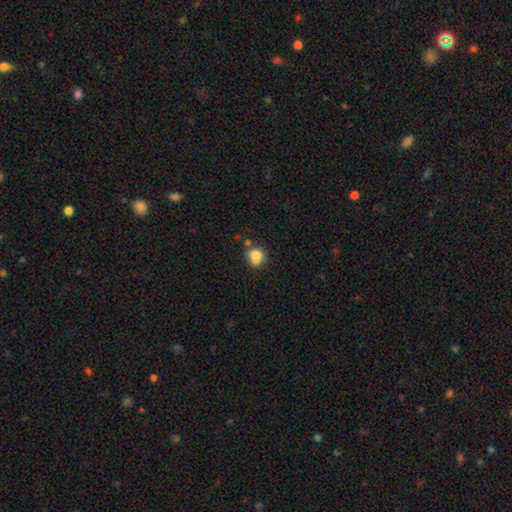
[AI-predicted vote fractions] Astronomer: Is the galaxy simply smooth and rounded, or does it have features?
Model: smooth — 78%.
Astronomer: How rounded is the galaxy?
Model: round — 70%.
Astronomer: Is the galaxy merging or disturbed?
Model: none — 48%.